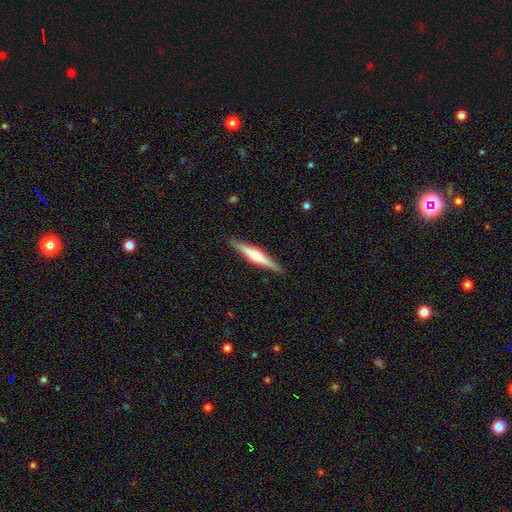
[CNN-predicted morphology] A featured or disk galaxy (69%) viewed edge-on (98%) with a rounded central bulge (83%).

Vote fractions:
- Smooth or featured? featured or disk: 69% / smooth: 25% / star or artifact: 5%
- Edge-on disk? yes: 98% / no: 2%
- Edge-on bulge? rounded: 83% / boxy: 9% / none: 8%
- Merging? none: 91% / minor disturbance: 7% / major disturbance: 1% / merger: 1%